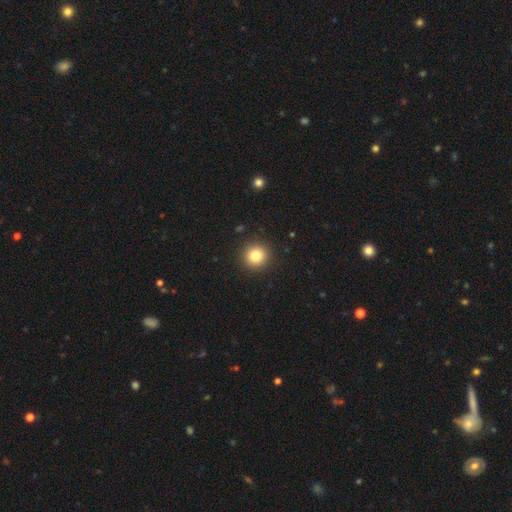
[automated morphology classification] Q: Smooth or featured?
A: smooth (82%); runner-up: star or artifact (11%)
Q: How rounded?
A: round (93%); runner-up: in between (6%)
Q: Merging?
A: none (92%); runner-up: minor disturbance (5%)